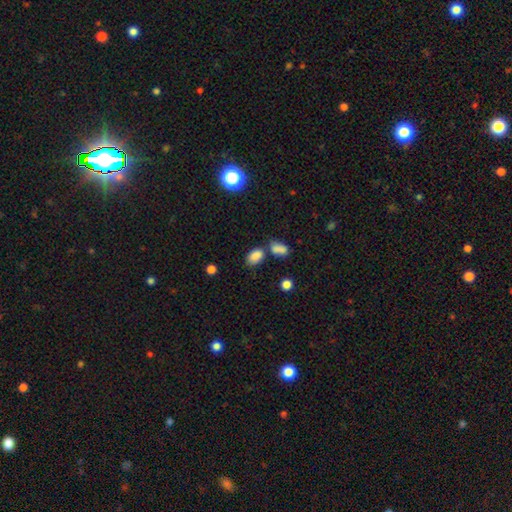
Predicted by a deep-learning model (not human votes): A smooth galaxy with no disk features (84%) that is in between round and cigar-shaped (89%). Merging: none (56%).